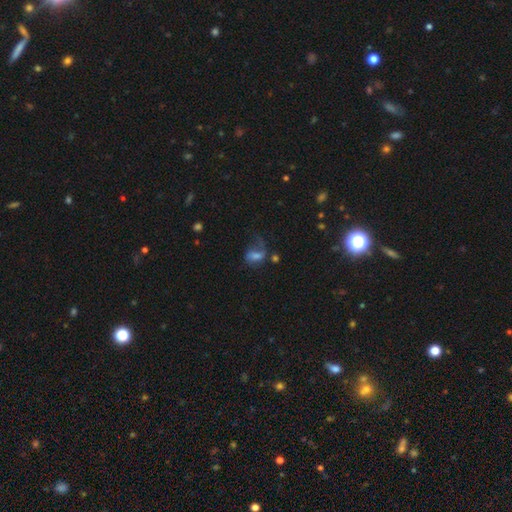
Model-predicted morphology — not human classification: This appears to be a smooth galaxy with no disk features (46%). Merging: major disturbance (42%).